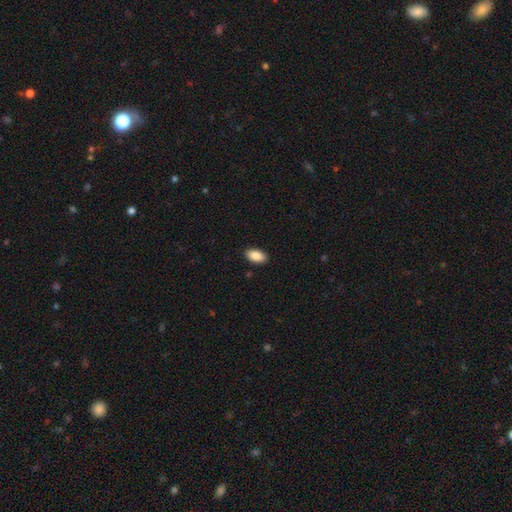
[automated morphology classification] Smooth or featured?
  - smooth: 88% *
  - star or artifact: 7%
  - featured or disk: 5%
How rounded?
  - in between: 94% *
  - round: 3%
  - cigar-shaped: 3%
Merging?
  - none: 89% *
  - minor disturbance: 8%
  - major disturbance: 2%
  - merger: 1%